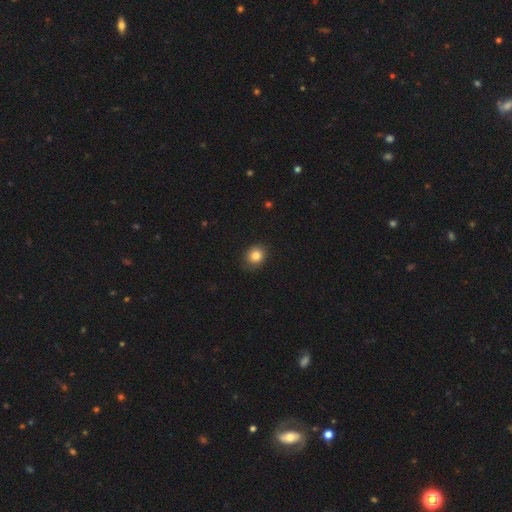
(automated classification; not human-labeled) Morphology: type=smooth (83%); roundness=round (76%); merging=none (84%).